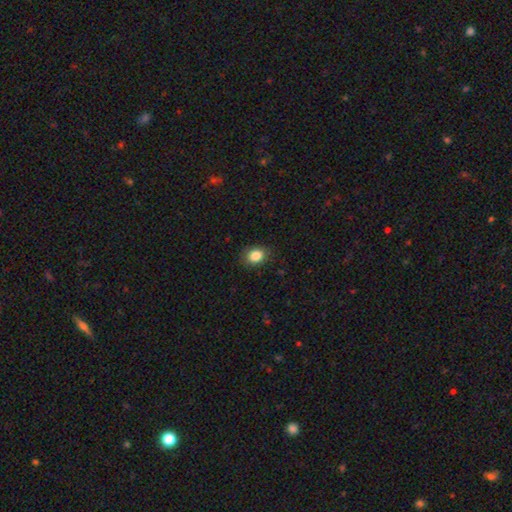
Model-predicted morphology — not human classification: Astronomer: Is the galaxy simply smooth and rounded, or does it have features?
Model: smooth — 86%.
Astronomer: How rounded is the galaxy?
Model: in between — 59% (runner-up: round, 40%).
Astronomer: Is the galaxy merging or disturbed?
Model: none — 84%.